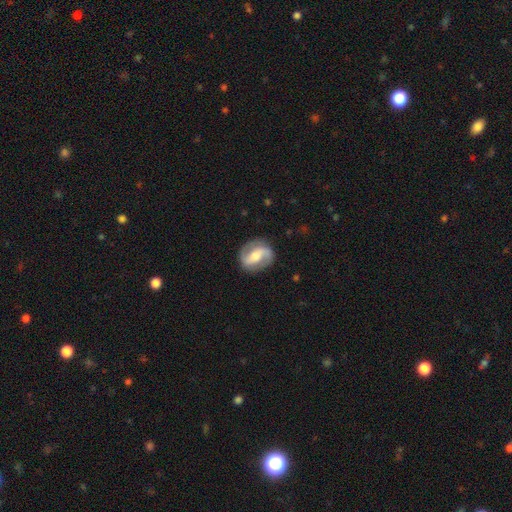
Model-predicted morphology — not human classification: Smooth or featured: featured or disk — 80% (smooth — 15%)
Edge-on disk: no — 97% (yes — 3%)
Bar: strong — 44% (weak — 36%)
Spiral arms: yes — 92% (no — 8%)
Spiral winding: medium — 44% (loose — 33%)
Spiral arm count: 2 — 91% (can't tell — 3%)
Bulge size: moderate — 60% (small — 26%)
Merging: none — 85% (minor disturbance — 10%)